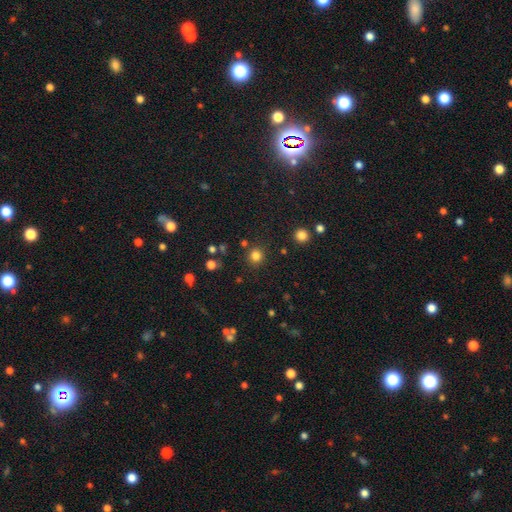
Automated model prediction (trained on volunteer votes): Smooth or featured? Predicted: smooth (p=0.81). How rounded? Predicted: round (p=0.92). Merging? Predicted: none (p=0.88).